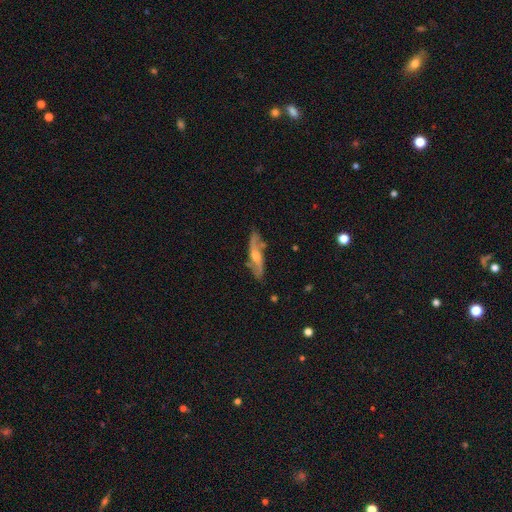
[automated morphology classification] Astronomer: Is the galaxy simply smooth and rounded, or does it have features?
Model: featured or disk — 75%.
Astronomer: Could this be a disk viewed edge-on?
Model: no — 67%.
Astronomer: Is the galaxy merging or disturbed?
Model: none — 76%.